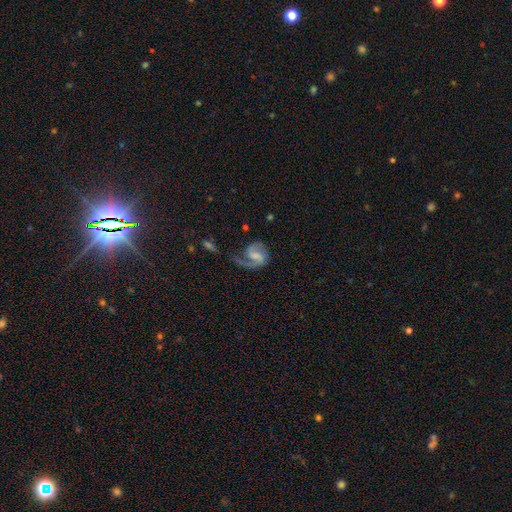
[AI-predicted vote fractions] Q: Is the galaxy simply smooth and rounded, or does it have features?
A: featured or disk — 76%.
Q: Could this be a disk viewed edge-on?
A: no — 98%.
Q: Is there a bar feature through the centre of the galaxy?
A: weak — 52%.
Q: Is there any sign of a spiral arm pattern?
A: yes — 93%.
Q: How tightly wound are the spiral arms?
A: medium — 45%.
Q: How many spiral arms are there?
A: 2 — 51%.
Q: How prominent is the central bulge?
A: none — 37%.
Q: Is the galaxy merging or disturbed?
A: none — 41%.